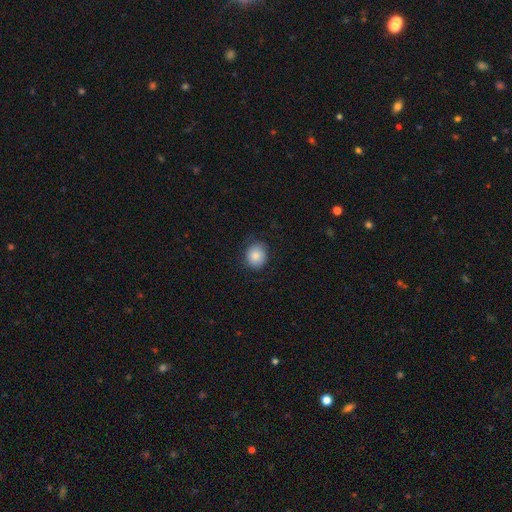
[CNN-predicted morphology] Smooth or featured?
  - smooth: 85% *
  - star or artifact: 8%
  - featured or disk: 7%
How rounded?
  - round: 79% *
  - in between: 20%
  - cigar-shaped: 1%
Merging?
  - none: 78% *
  - minor disturbance: 17%
  - major disturbance: 4%
  - merger: 1%